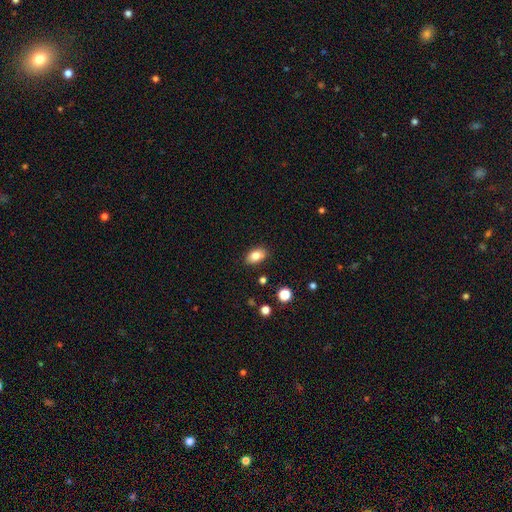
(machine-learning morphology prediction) smooth_or_featured: smooth (p=0.81) [alt: featured or disk p=0.10]
how_rounded: in between (p=0.89) [alt: round p=0.09]
merging: none (p=0.85) [alt: minor disturbance p=0.11]